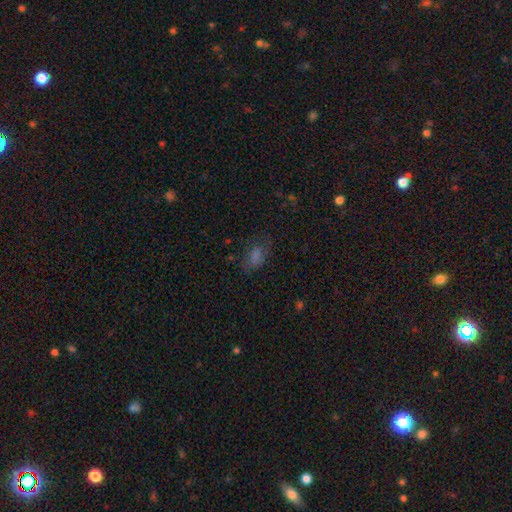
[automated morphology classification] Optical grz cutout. It shows a smooth galaxy with no disk features (57%) that is in between round and cigar-shaped (81%). Merging: none (67%).